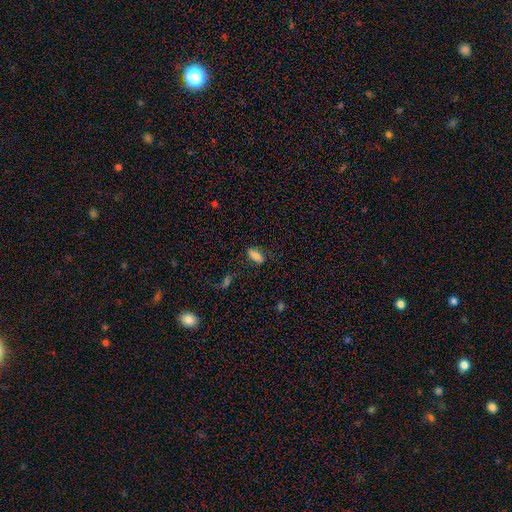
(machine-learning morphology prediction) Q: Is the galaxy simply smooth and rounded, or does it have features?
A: smooth — 80%.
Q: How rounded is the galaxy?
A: in between — 85%.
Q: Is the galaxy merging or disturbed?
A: none — 77%.